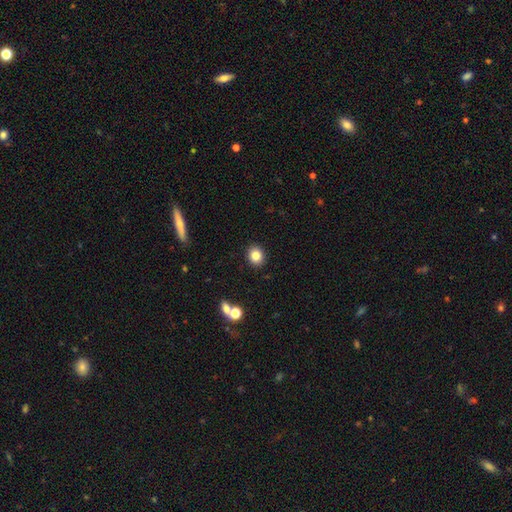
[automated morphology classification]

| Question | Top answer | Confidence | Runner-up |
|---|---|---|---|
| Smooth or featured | smooth | 83% | star or artifact (10%) |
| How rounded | round | 69% | in between (30%) |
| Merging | none | 90% | minor disturbance (6%) |